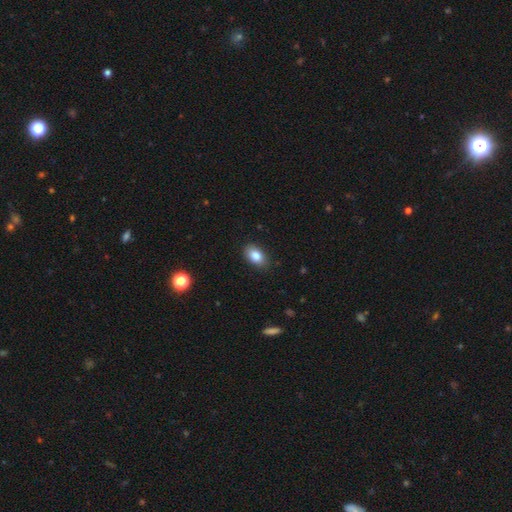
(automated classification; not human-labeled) This appears to be a smooth galaxy with no disk features (85%) that is in between round and cigar-shaped (90%). Merging: none (85%).